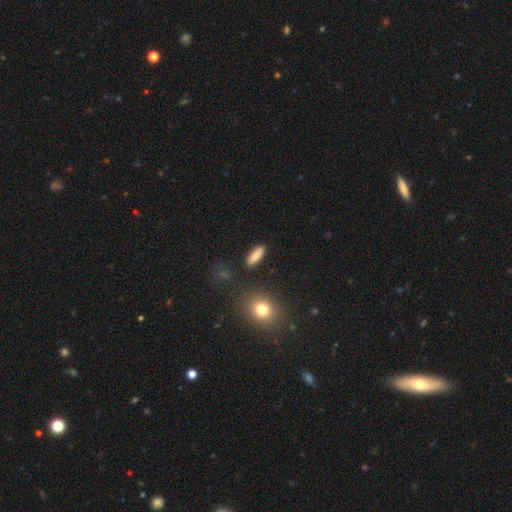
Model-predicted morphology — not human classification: Smooth or featured?
  - smooth: 86% *
  - star or artifact: 7%
  - featured or disk: 6%
How rounded?
  - in between: 53% *
  - cigar-shaped: 43%
  - round: 4%
Merging?
  - none: 88% *
  - minor disturbance: 8%
  - major disturbance: 2%
  - merger: 2%